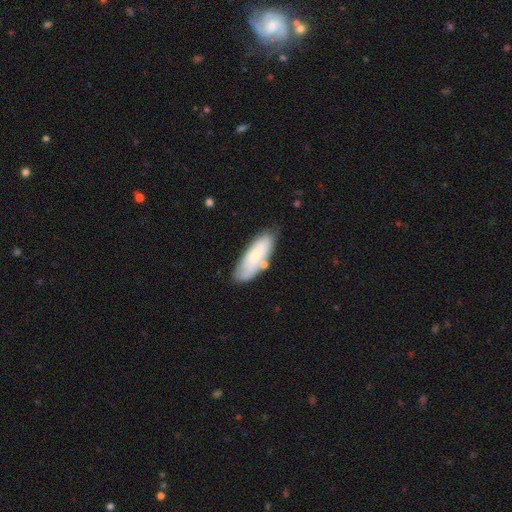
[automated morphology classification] Q: Smooth or featured?
A: smooth (64%); runner-up: featured or disk (29%)
Q: How rounded?
A: in between (68%); runner-up: cigar-shaped (30%)
Q: Merging?
A: none (63%); runner-up: minor disturbance (22%)